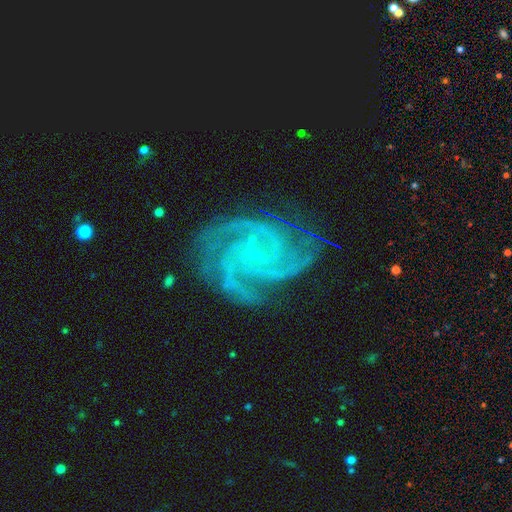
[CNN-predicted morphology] smooth-or-featured: featured or disk: 90% | star or artifact: 6% | smooth: 3%
  disk-edge-on: no: 98% | yes: 2%
    bar: no: 66% | weak: 24% | strong: 9%
    has-spiral-arms: yes: 99% | no: 1%
      spiral-winding: tight: 65% | medium: 31% | loose: 4%
      spiral-arm-count: 4: 28% | 3: 26% | 2: 13% | more than 4: 12% | can't tell: 12% | 1: 9%
    bulge-size: small: 88% | none: 5% | moderate: 5% | large: 1% | dominant: 1%
  merging: none: 77% | minor disturbance: 16% | major disturbance: 6% | merger: 2%